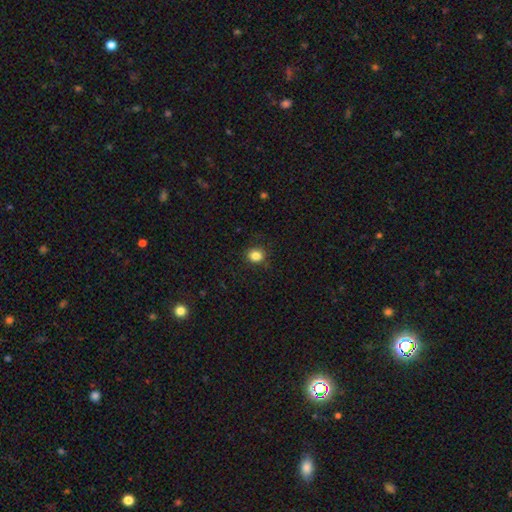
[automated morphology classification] smooth-or-featured: smooth: 85% | star or artifact: 11% | featured or disk: 4%
  how-rounded: round: 76% | in between: 23% | cigar-shaped: 1%
  merging: none: 88% | minor disturbance: 9% | major disturbance: 2% | merger: 1%